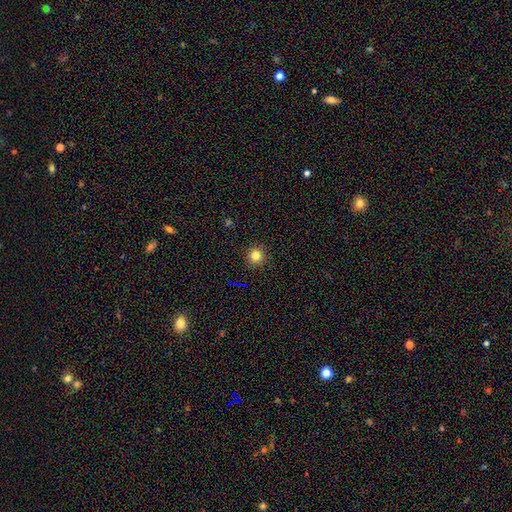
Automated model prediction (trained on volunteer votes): A smooth galaxy with no disk features (80%) that is round (92%).

Vote fractions:
- Smooth or featured? smooth: 80% / star or artifact: 14% / featured or disk: 6%
- How rounded? round: 92% / in between: 7% / cigar-shaped: 1%
- Merging? none: 92% / minor disturbance: 5% / major disturbance: 2% / merger: 1%